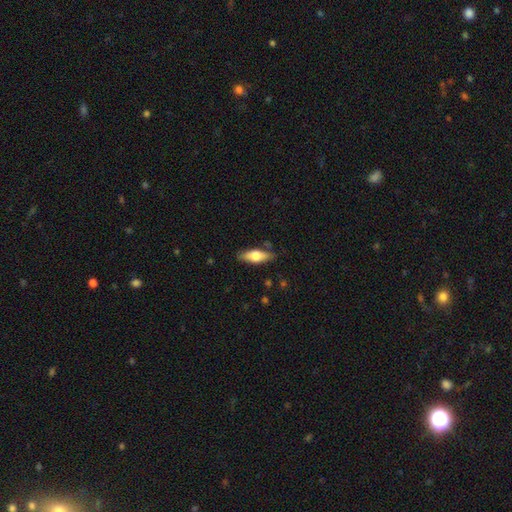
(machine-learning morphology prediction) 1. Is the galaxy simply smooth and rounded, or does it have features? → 60% smooth, 34% featured or disk, 6% star or artifact.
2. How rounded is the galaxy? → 67% in between, 30% cigar-shaped, 3% round.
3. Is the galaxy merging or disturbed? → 80% none, 15% minor disturbance, 3% major disturbance, 2% merger.